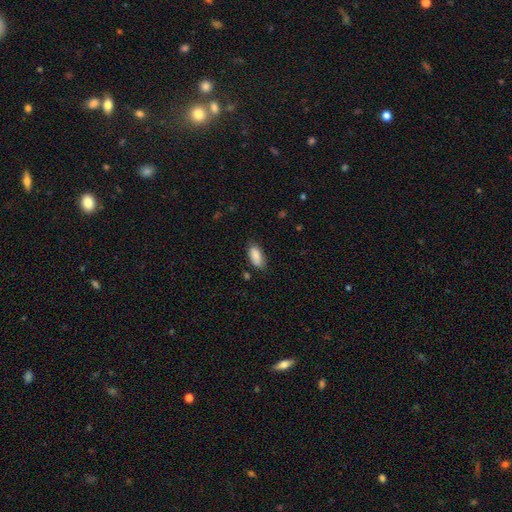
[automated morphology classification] Smooth or featured? Predicted: smooth (p=0.88). How rounded? Predicted: in between (p=0.89). Merging? Predicted: none (p=0.75).